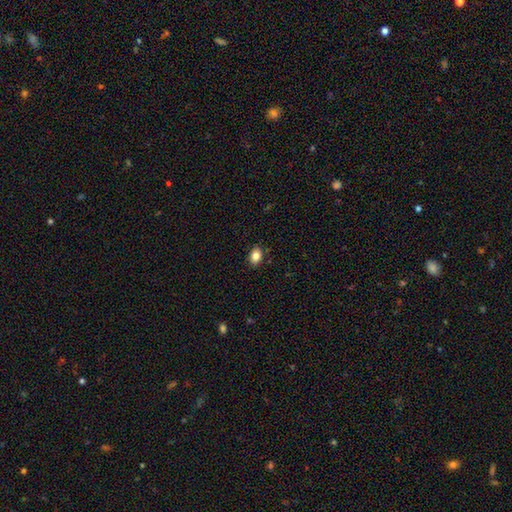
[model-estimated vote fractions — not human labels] A smooth galaxy with no disk features (85%) that is in between round and cigar-shaped (80%).

Vote fractions:
- Smooth or featured? smooth: 85% / star or artifact: 9% / featured or disk: 6%
- How rounded? in between: 80% / round: 18% / cigar-shaped: 1%
- Merging? none: 87% / minor disturbance: 10% / major disturbance: 2% / merger: 1%